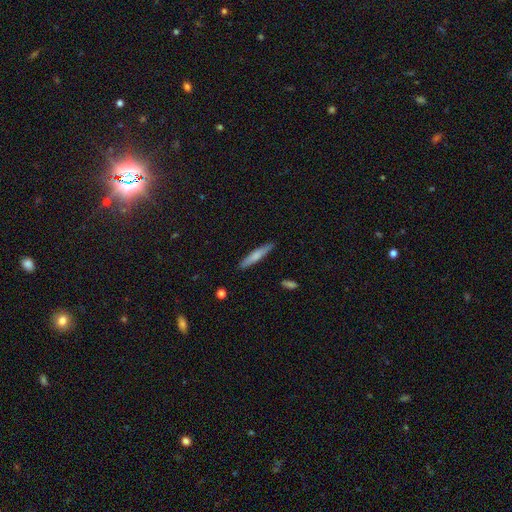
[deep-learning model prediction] Smooth or featured? Predicted: smooth (p=0.67). How rounded? Predicted: cigar-shaped (p=0.92). Merging? Predicted: none (p=0.89).